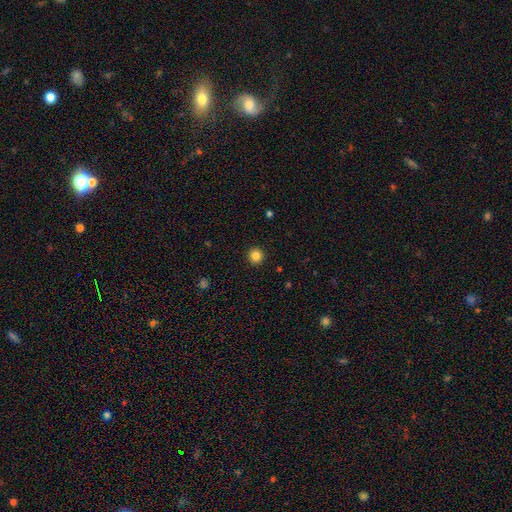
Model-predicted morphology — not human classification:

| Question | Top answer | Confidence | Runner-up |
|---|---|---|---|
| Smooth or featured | smooth | 85% | star or artifact (11%) |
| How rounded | round | 95% | in between (4%) |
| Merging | none | 93% | minor disturbance (4%) |